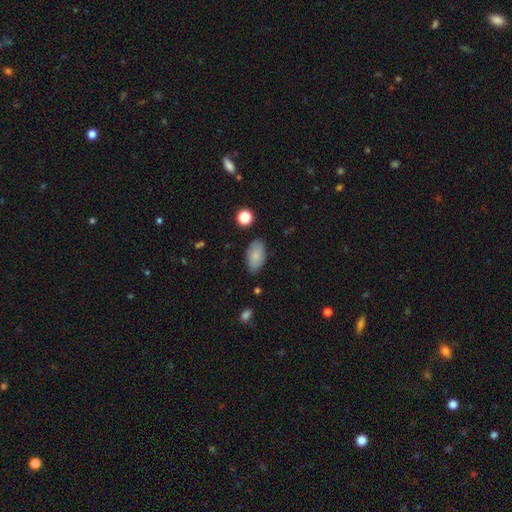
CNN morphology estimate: This is clearly a smooth galaxy (84%). How rounded: clearly in between (93%). Merging: clearly none (82%).